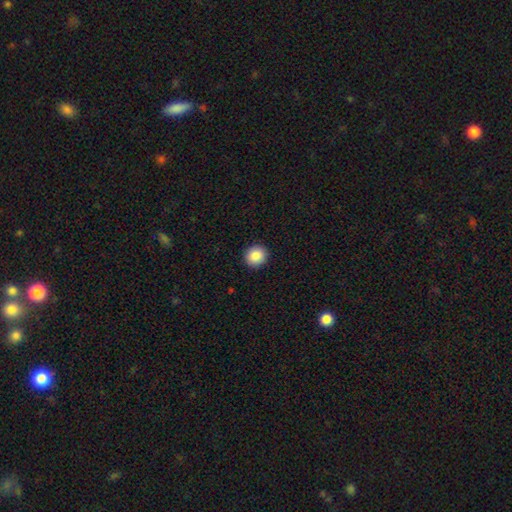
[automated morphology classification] Q: Smooth or featured?
A: smooth (87%); runner-up: star or artifact (8%)
Q: How rounded?
A: round (88%); runner-up: in between (11%)
Q: Merging?
A: none (92%); runner-up: minor disturbance (5%)